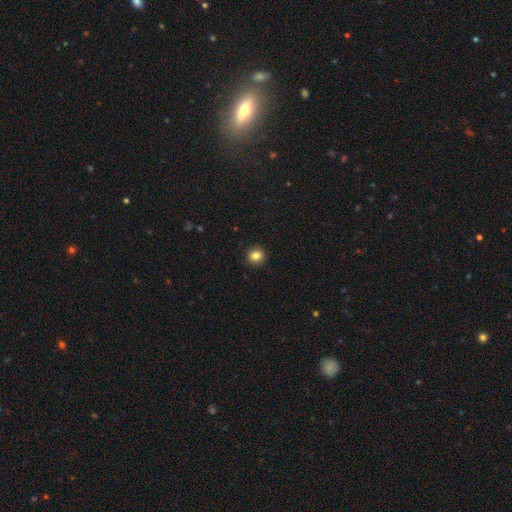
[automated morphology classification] The model was most divided on "smooth or featured": smooth: 83%, star or artifact: 11%, featured or disk: 6%. More confident: merging — none (93%); how rounded — round (92%).